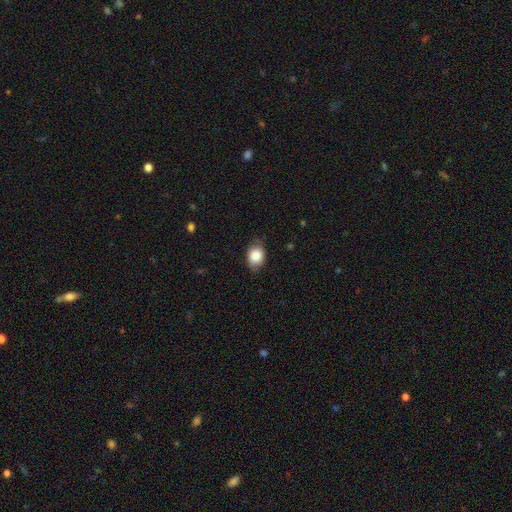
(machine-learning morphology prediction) A smooth galaxy with no disk features (84%) that is in between round and cigar-shaped (71%).

Vote fractions:
- Smooth or featured? smooth: 84% / featured or disk: 8% / star or artifact: 7%
- How rounded? in between: 71% / round: 28% / cigar-shaped: 1%
- Merging? none: 78% / minor disturbance: 17% / major disturbance: 3% / merger: 1%